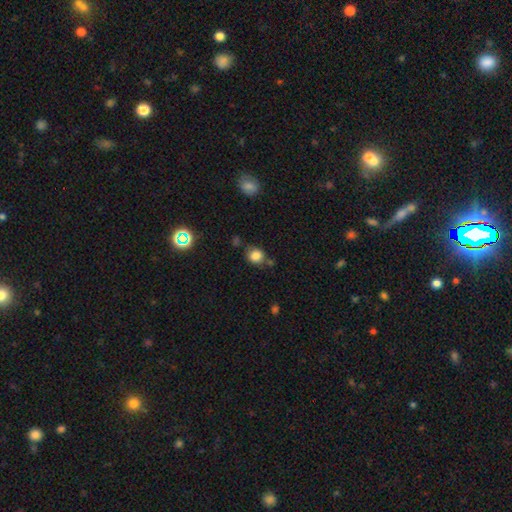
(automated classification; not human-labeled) This appears to be a smooth galaxy with no disk features (82%) that is round (68%). Merging: none (70%).